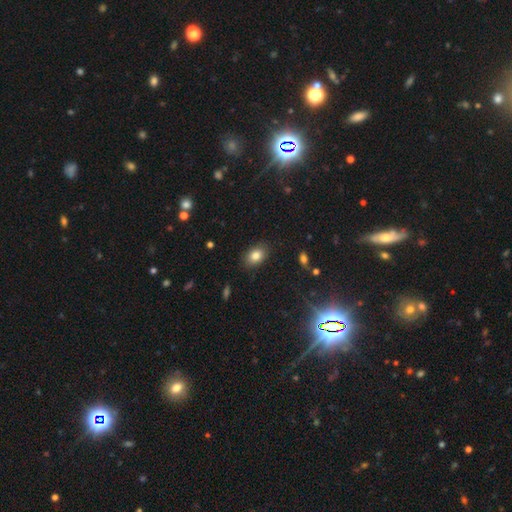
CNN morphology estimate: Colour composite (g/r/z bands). It shows a smooth galaxy with no disk features (83%) that is in between round and cigar-shaped (79%). Merging: none (86%).